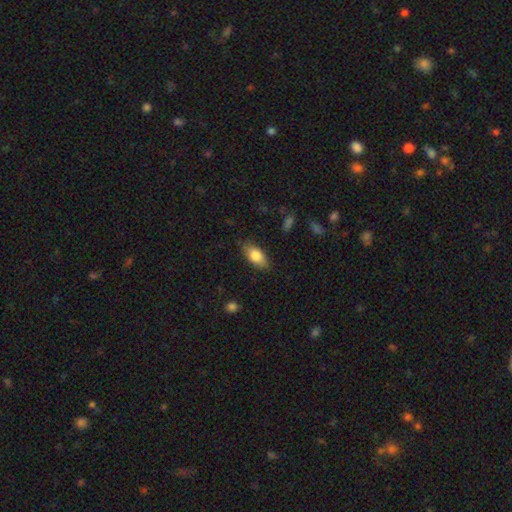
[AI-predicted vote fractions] Smooth or featured?
  - smooth: 81% *
  - featured or disk: 12%
  - star or artifact: 7%
How rounded?
  - in between: 88% *
  - cigar-shaped: 8%
  - round: 4%
Merging?
  - none: 81% *
  - minor disturbance: 15%
  - major disturbance: 3%
  - merger: 1%